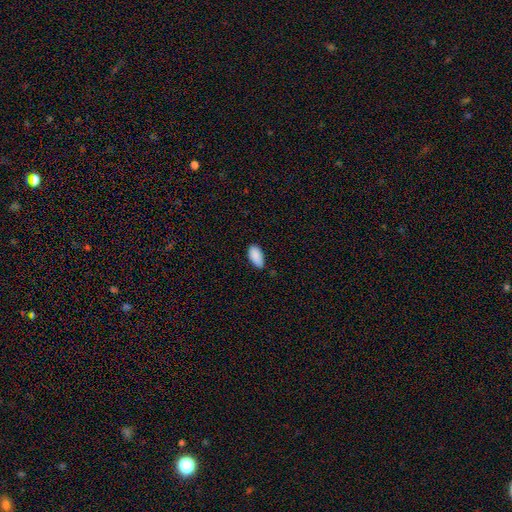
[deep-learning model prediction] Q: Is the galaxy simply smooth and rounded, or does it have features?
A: smooth — 89%.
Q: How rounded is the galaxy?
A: in between — 94%.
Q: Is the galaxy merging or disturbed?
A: none — 64%.